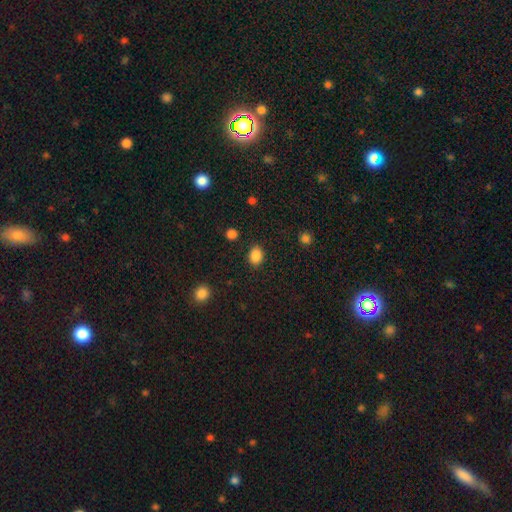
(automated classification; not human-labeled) Q: Smooth or featured?
A: smooth (87%); runner-up: star or artifact (10%)
Q: How rounded?
A: in between (58%); runner-up: round (42%)
Q: Merging?
A: none (86%); runner-up: minor disturbance (10%)